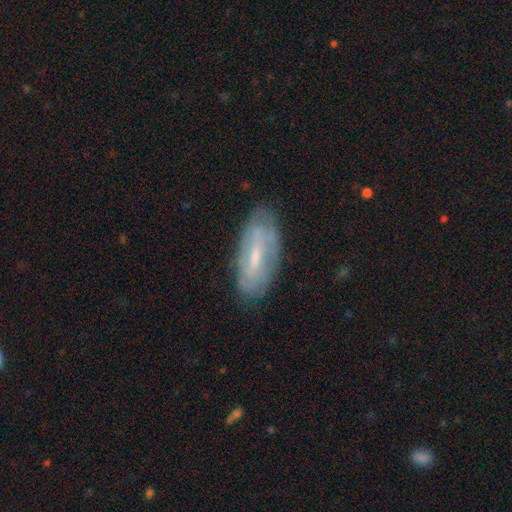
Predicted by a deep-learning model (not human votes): featured or disk 57%, smooth 35%, star or artifact 8%. Down the decision tree: edge-on disk — no (83%); merging — none (74%).